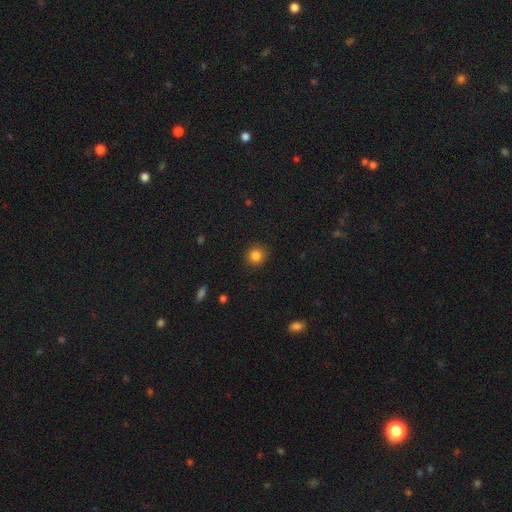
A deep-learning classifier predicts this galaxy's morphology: type=smooth (84%); roundness=round (92%); merging=none (91%).